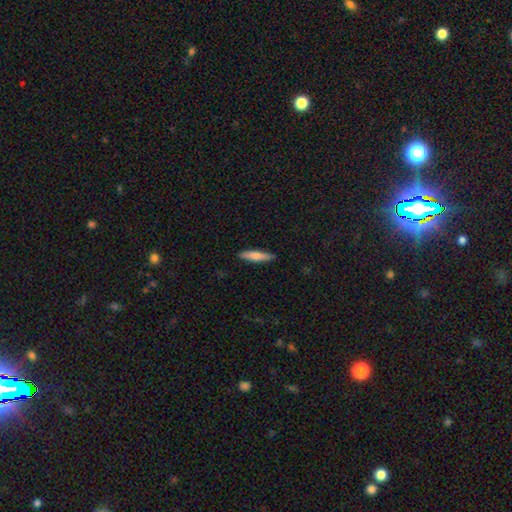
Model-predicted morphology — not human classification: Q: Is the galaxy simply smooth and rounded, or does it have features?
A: smooth — 78%.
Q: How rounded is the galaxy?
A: cigar-shaped — 82%.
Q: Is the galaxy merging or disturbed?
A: none — 89%.